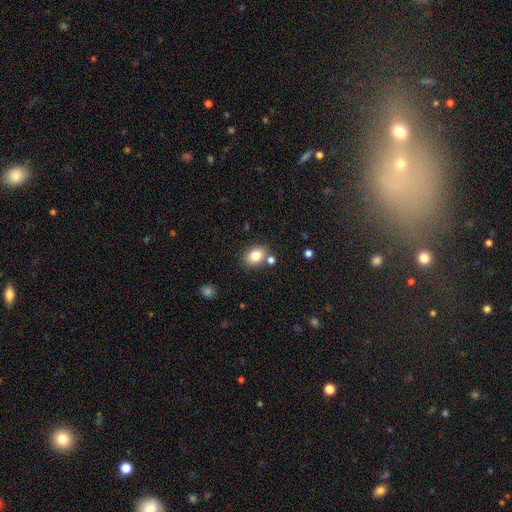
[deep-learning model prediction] smooth_or_featured: smooth (p=0.83) [alt: star or artifact p=0.09]
how_rounded: in between (p=0.67) [alt: round p=0.32]
merging: none (p=0.74) [alt: minor disturbance p=0.11]